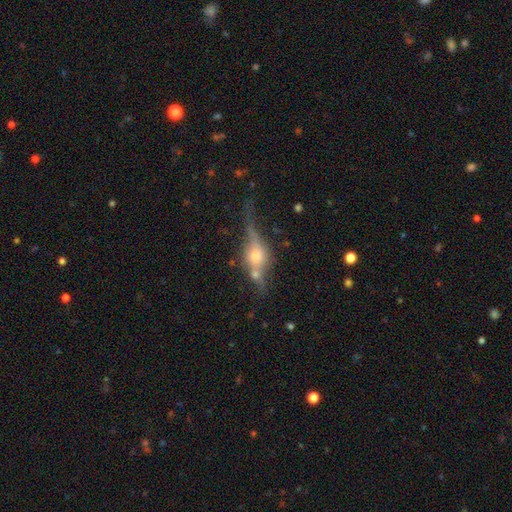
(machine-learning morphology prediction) smooth_or_featured: featured or disk (p=0.71) [alt: smooth p=0.19]
disk_edge_on: yes (p=0.85) [alt: no p=0.15]
edge_on_bulge: rounded (p=0.92) [alt: boxy p=0.06]
merging: none (p=0.53) [alt: minor disturbance p=0.22]